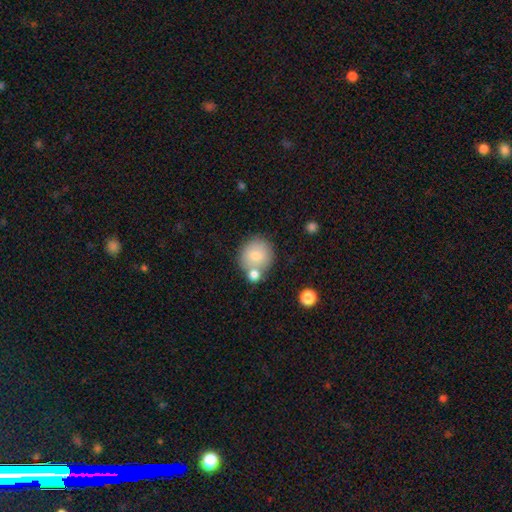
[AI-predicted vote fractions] Overall: smooth (77%). How rounded: round (87%). Merging: none (60%; merger 25%).